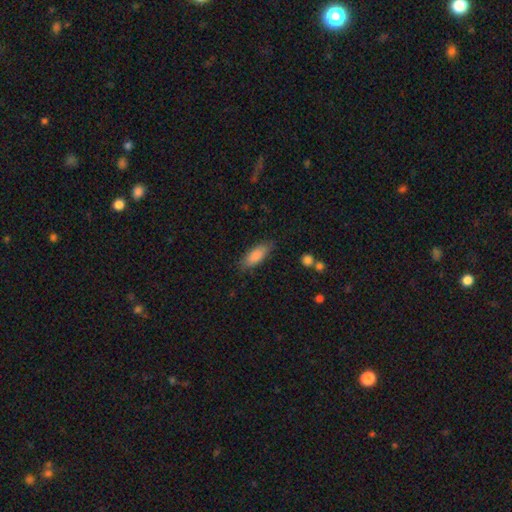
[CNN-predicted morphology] Q: Smooth or featured?
A: smooth (86%); runner-up: featured or disk (7%)
Q: How rounded?
A: in between (74%); runner-up: cigar-shaped (24%)
Q: Merging?
A: none (80%); runner-up: minor disturbance (15%)